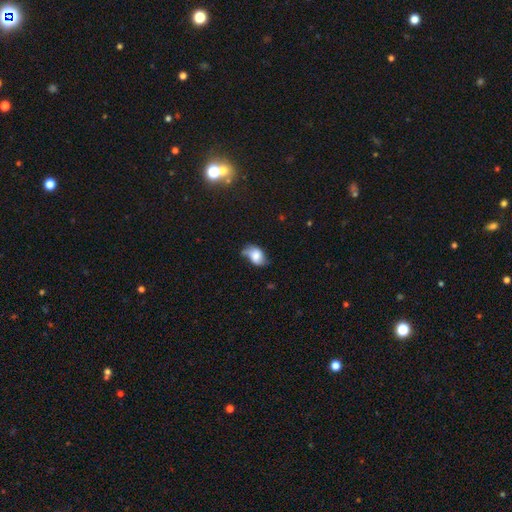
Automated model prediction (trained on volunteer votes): smooth 65%, featured or disk 26%, star or artifact 9%. Down the decision tree: how rounded — in between (83%); merging — minor disturbance (40%).